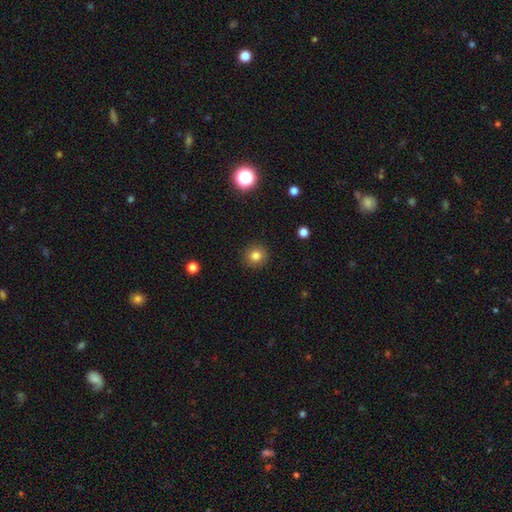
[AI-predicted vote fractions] Smooth or featured? smooth (82%)
How rounded? round (91%)
Merging? none (91%)